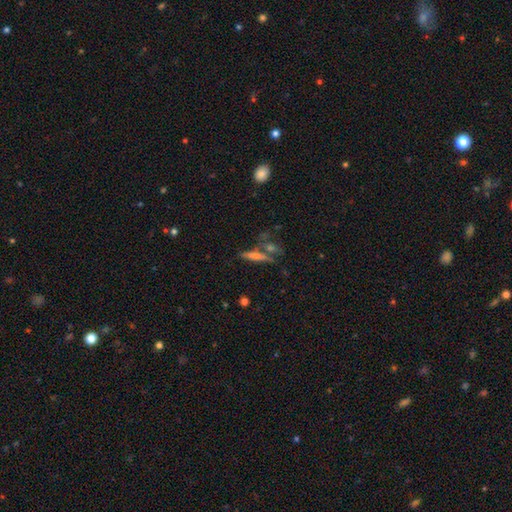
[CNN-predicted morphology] Smooth or featured? smooth (46%)
Merging? none (62%)